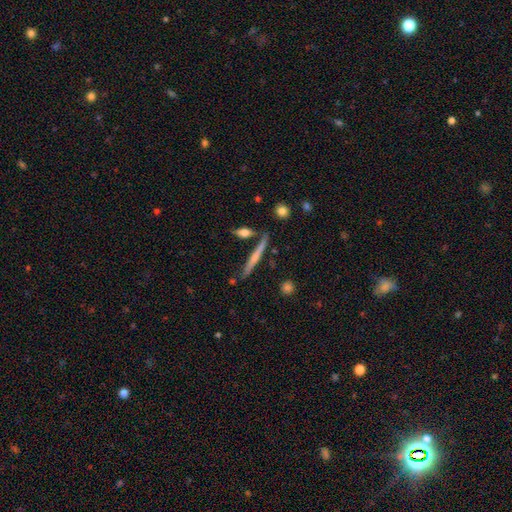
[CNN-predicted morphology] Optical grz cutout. It shows a featured or disk galaxy (47%). Merging: none (82%).